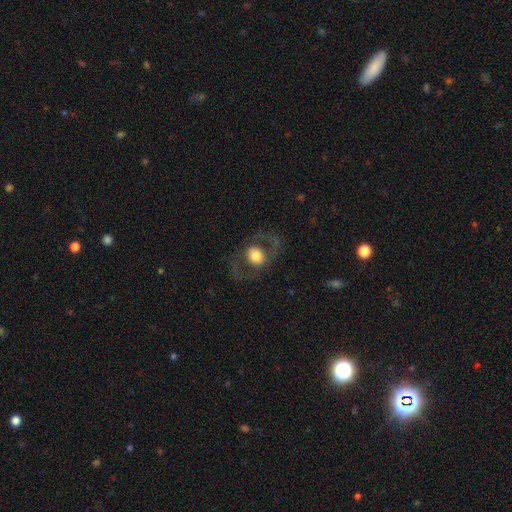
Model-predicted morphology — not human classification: Smooth or featured: featured or disk — 51% (smooth — 42%)
Edge-on disk: no — 93% (yes — 7%)
Merging: none — 71% (major disturbance — 15%)